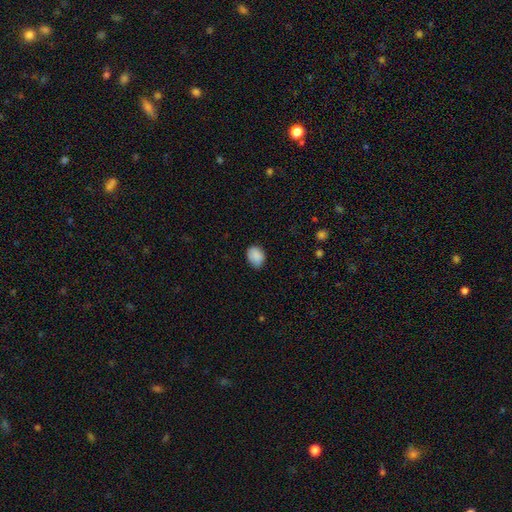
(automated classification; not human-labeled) This appears to be a smooth galaxy with no disk features (88%) that is in between round and cigar-shaped (59%). Merging: none (71%).